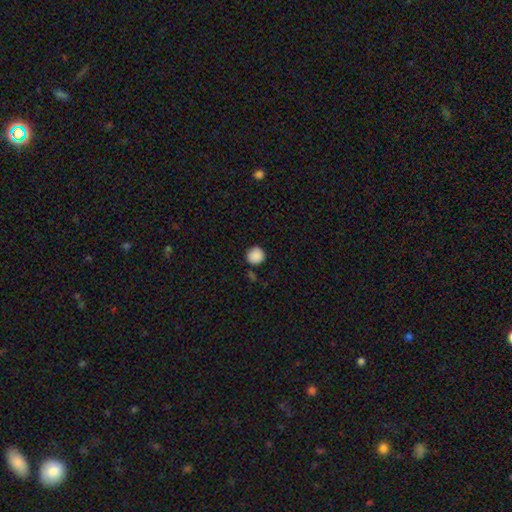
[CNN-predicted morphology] Smooth or featured: smooth — 89% (star or artifact — 9%)
How rounded: round — 92% (in between — 7%)
Merging: none — 87% (minor disturbance — 8%)